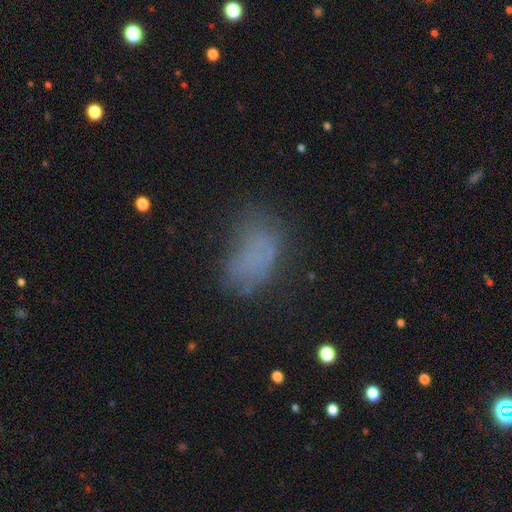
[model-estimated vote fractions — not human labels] Overall: smooth (64%). How rounded: in between (87%). Merging: none (49%; minor disturbance 26%).